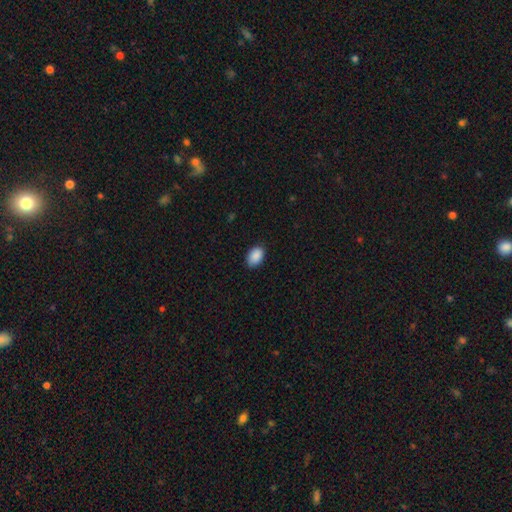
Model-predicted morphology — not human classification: smooth-or-featured: smooth: 90% | star or artifact: 7% | featured or disk: 3%
  how-rounded: in between: 89% | round: 10% | cigar-shaped: 1%
  merging: none: 86% | minor disturbance: 11% | major disturbance: 2% | merger: 1%